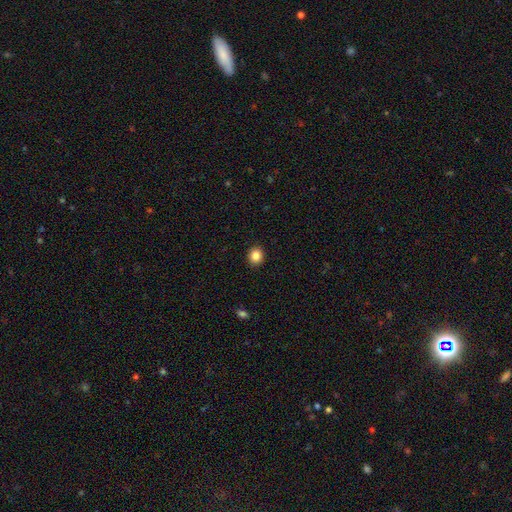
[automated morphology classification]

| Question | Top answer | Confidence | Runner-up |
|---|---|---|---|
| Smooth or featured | smooth | 86% | star or artifact (10%) |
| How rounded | round | 76% | in between (23%) |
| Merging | none | 92% | minor disturbance (5%) |